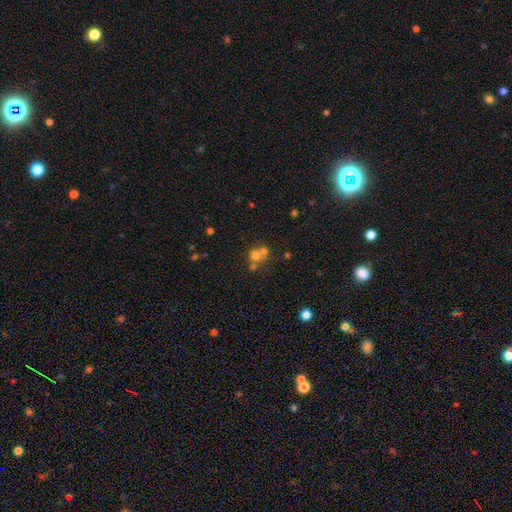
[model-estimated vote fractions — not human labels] Overall: smooth (64%). How rounded: round (84%). Merging: merger (50%; none 40%).